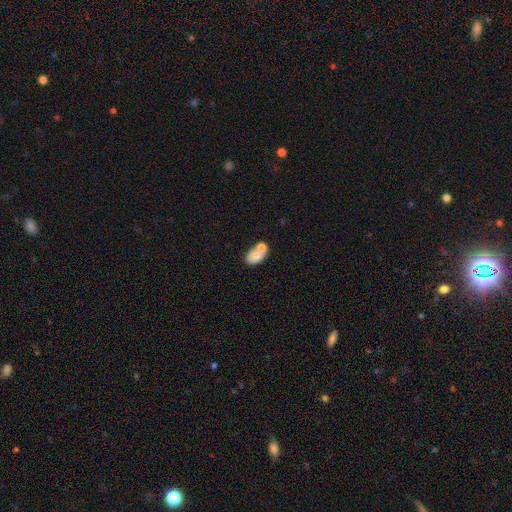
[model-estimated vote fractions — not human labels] This appears to be a smooth galaxy with no disk features (72%) that is in between round and cigar-shaped (84%). Merging: merger (46%).